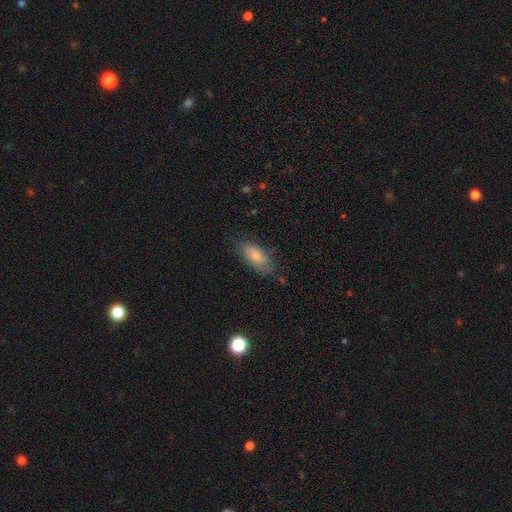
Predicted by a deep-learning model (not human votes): Q: Smooth or featured?
A: smooth (75%); runner-up: featured or disk (18%)
Q: How rounded?
A: in between (86%); runner-up: cigar-shaped (11%)
Q: Merging?
A: none (69%); runner-up: minor disturbance (23%)